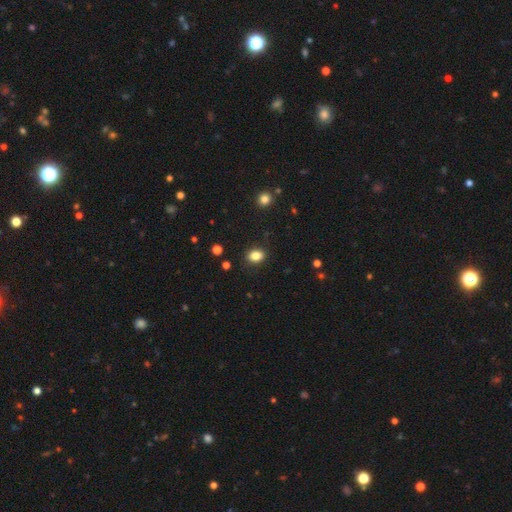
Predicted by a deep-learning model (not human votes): Overall: smooth (85%). How rounded: in between (68%; round 31%). Merging: none (87%).